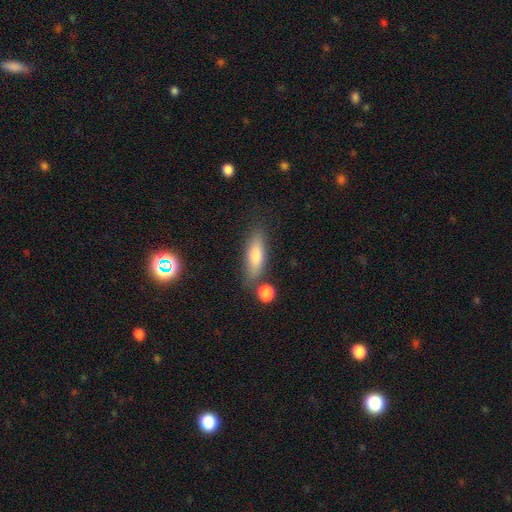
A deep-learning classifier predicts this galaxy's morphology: The model was most divided on "how rounded": in between: 49%, cigar-shaped: 47%, round: 3%. More confident: merging — none (75%); smooth or featured — smooth (72%).